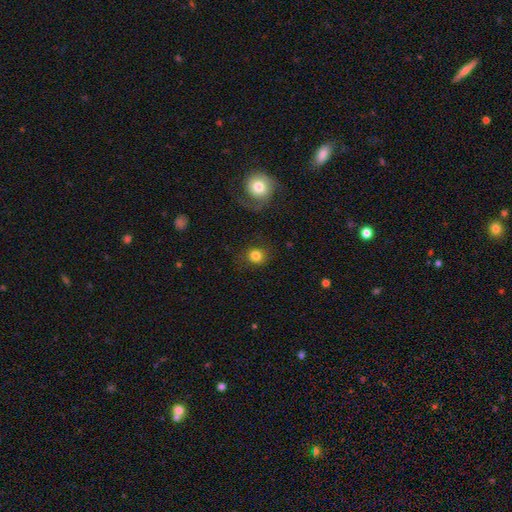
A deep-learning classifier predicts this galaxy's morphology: This appears to be a smooth galaxy with no disk features (81%) that is round (84%). Merging: none (79%).